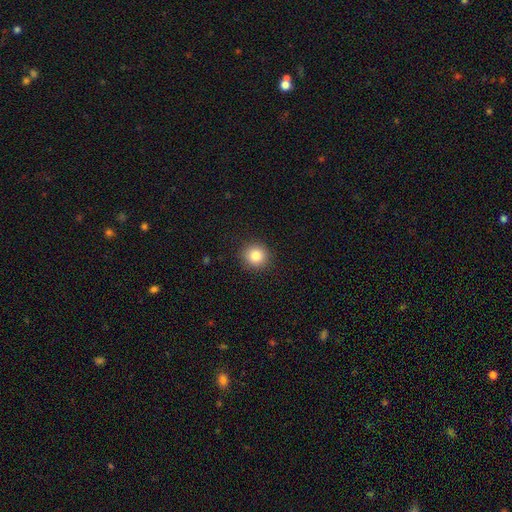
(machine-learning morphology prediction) Smooth or featured?
  - smooth: 83% *
  - star or artifact: 10%
  - featured or disk: 6%
How rounded?
  - round: 92% *
  - in between: 7%
  - cigar-shaped: 1%
Merging?
  - none: 91% *
  - minor disturbance: 6%
  - major disturbance: 2%
  - merger: 1%